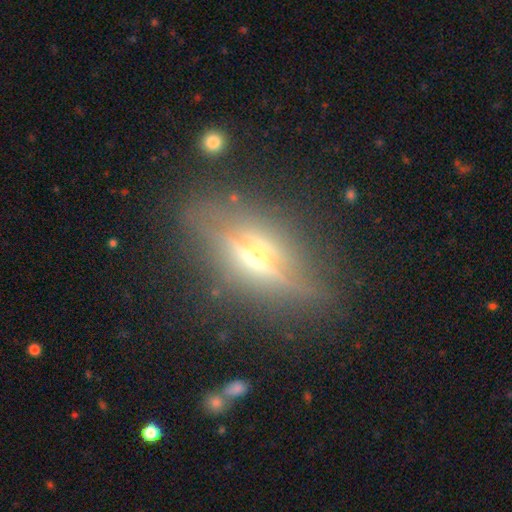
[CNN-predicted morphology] smooth_or_featured: featured or disk (p=0.75) [alt: smooth p=0.16]
disk_edge_on: yes (p=0.90) [alt: no p=0.10]
edge_on_bulge: rounded (p=0.90) [alt: boxy p=0.06]
merging: none (p=0.80) [alt: minor disturbance p=0.13]